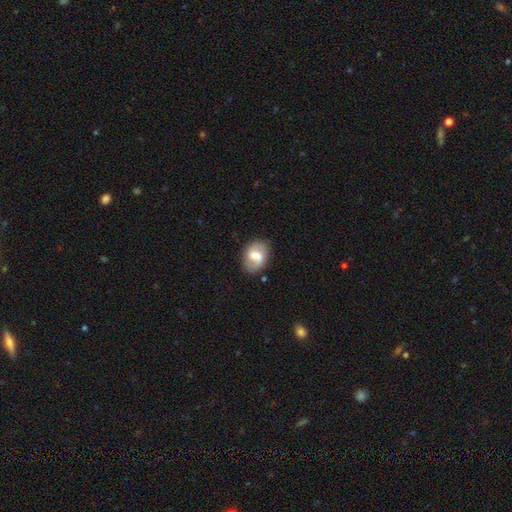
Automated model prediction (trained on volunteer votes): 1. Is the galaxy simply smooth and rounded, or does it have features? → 54% featured or disk, 39% smooth, 7% star or artifact.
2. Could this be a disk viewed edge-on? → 96% no, 4% yes.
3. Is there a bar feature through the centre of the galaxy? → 52% weak, 26% strong, 22% no.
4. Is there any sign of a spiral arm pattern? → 76% yes, 24% no.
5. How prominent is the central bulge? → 53% moderate, 23% large, 17% small, 4% none, 2% dominant.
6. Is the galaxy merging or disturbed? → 79% none, 15% minor disturbance, 4% major disturbance, 2% merger.